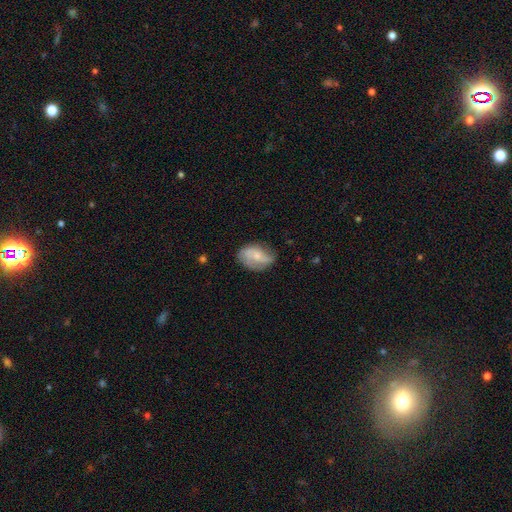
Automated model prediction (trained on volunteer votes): Morphology: type=featured or disk (52%); edge-on=no (96%); bar=no (62%); spiral arms=yes (81%); bulge=small (56%); merging=none (56%).